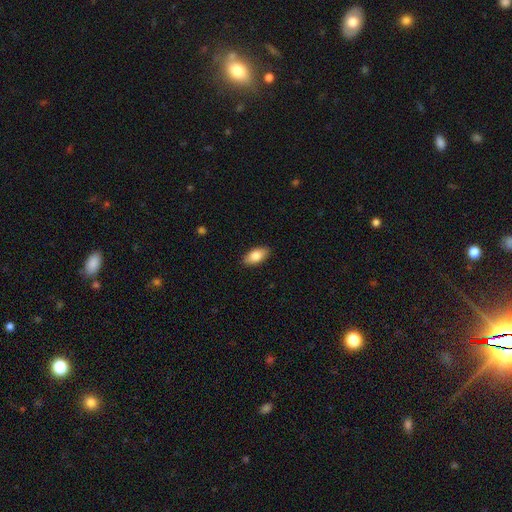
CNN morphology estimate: This is clearly a smooth galaxy (82%). How rounded: clearly in between (91%). Merging: clearly none (88%).